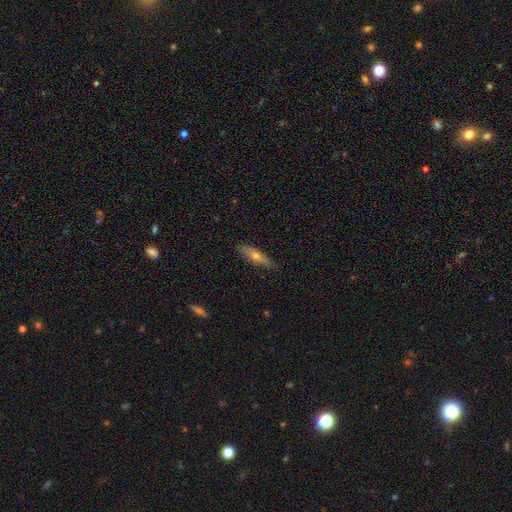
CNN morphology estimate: Smooth or featured? Predicted: smooth (p=0.51). How rounded? Predicted: cigar-shaped (p=0.65). Merging? Predicted: none (p=0.80).